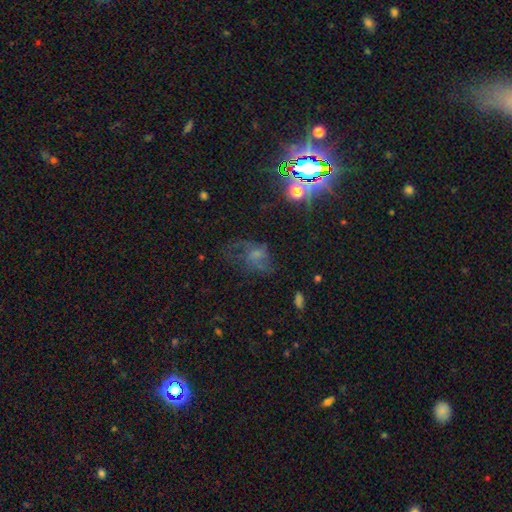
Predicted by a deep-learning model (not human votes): Q: Smooth or featured?
A: featured or disk (38%); runner-up: smooth (36%)
Q: Merging?
A: major disturbance (38%); runner-up: none (37%)